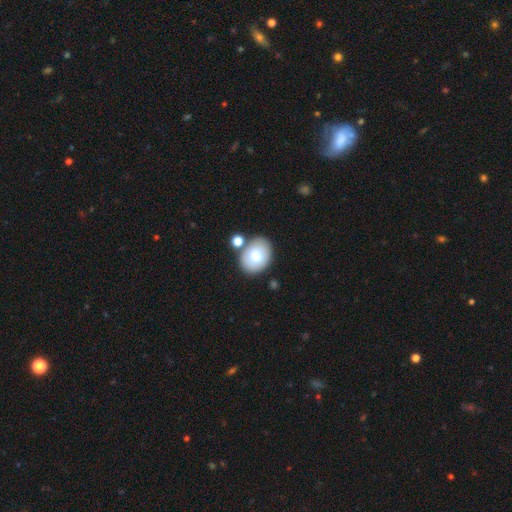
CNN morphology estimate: A smooth galaxy with no disk features (71%) that is in between round and cigar-shaped (56%).

Vote fractions:
- Smooth or featured? smooth: 71% / featured or disk: 21% / star or artifact: 8%
- How rounded? in between: 56% / round: 44% / cigar-shaped: 1%
- Merging? none: 74% / merger: 12% / minor disturbance: 11% / major disturbance: 3%